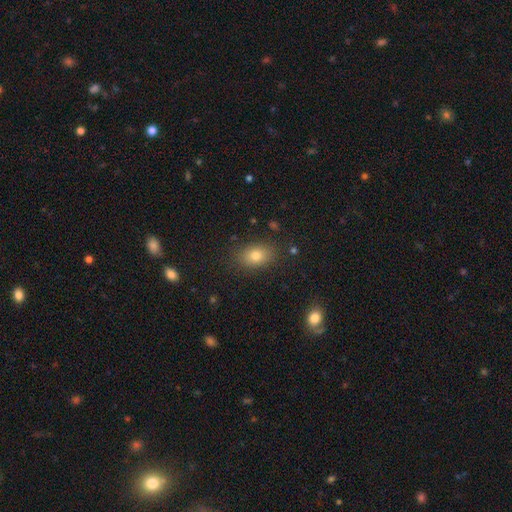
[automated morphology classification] Smooth or featured?
  - smooth: 78% *
  - star or artifact: 11%
  - featured or disk: 10%
How rounded?
  - in between: 80% *
  - round: 18%
  - cigar-shaped: 2%
Merging?
  - none: 85% *
  - minor disturbance: 10%
  - major disturbance: 3%
  - merger: 2%